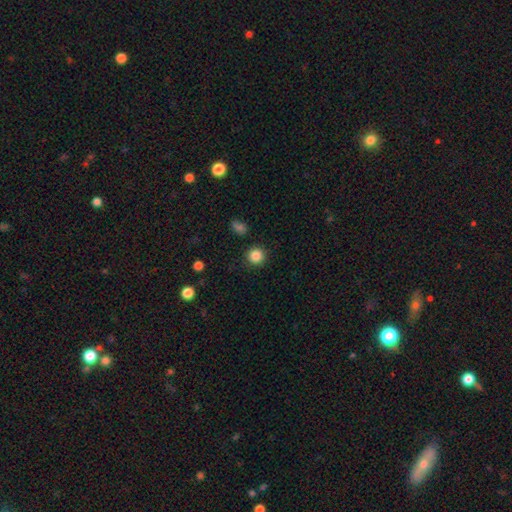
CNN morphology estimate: A smooth galaxy with no disk features (85%) that is round (94%). Merging: none (91%).